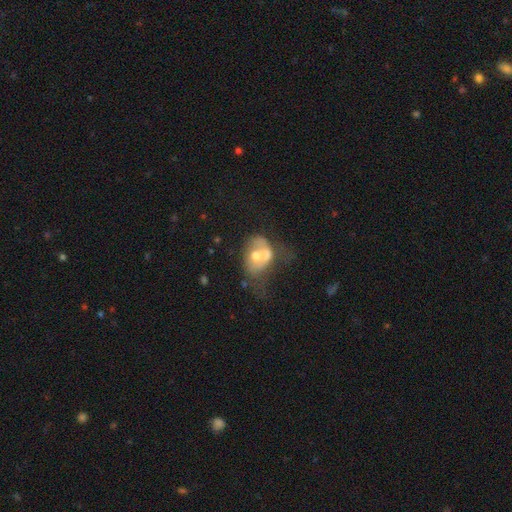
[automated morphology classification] Q: Smooth or featured?
A: smooth (45%); runner-up: featured or disk (44%)
Q: Merging?
A: merger (58%); runner-up: major disturbance (17%)